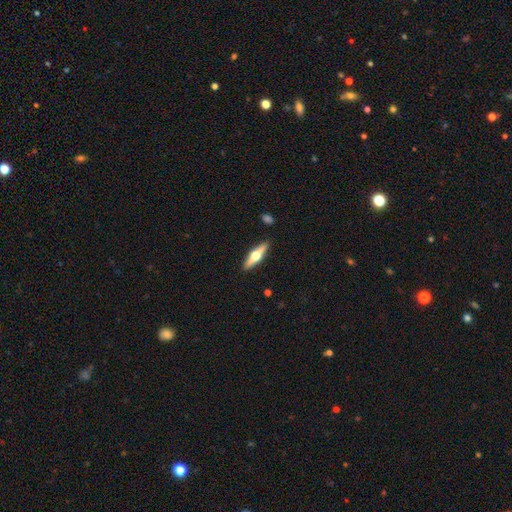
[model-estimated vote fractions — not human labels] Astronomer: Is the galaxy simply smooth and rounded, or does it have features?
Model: featured or disk — 56% (runner-up: smooth, 38%).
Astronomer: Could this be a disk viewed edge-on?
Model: yes — 94%.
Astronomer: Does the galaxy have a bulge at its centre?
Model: rounded — 96%.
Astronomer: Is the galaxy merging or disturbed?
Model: none — 90%.